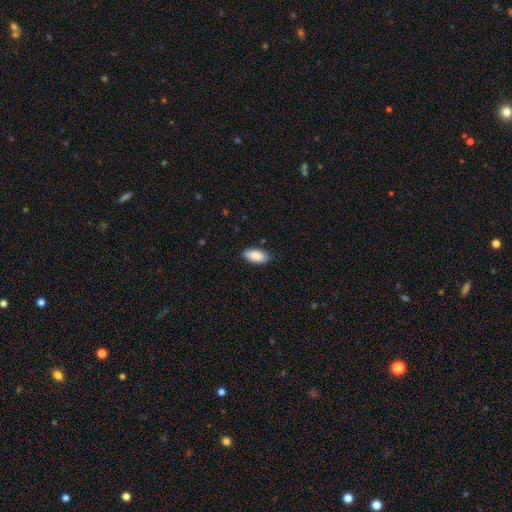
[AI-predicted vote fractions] Q: Smooth or featured?
A: smooth (89%); runner-up: star or artifact (6%)
Q: How rounded?
A: in between (90%); runner-up: cigar-shaped (8%)
Q: Merging?
A: none (86%); runner-up: minor disturbance (11%)